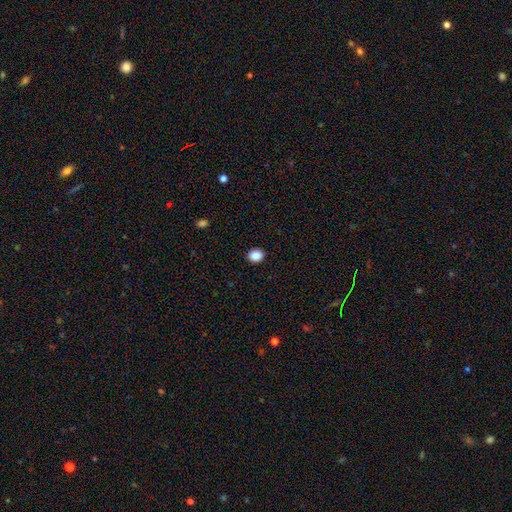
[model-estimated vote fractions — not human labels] smooth-or-featured: smooth: 88% | star or artifact: 9% | featured or disk: 3%
  how-rounded: round: 66% | in between: 33% | cigar-shaped: 1%
  merging: none: 91% | minor disturbance: 6% | major disturbance: 2% | merger: 1%